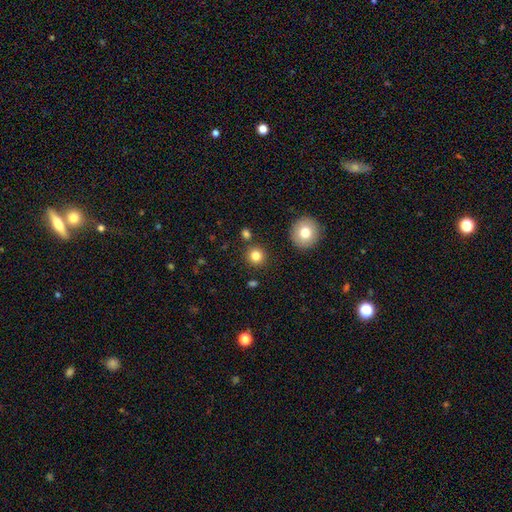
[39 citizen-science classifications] This appears to be a smooth galaxy with no disk features (85%) that is round (94%). Merging: none (89%).